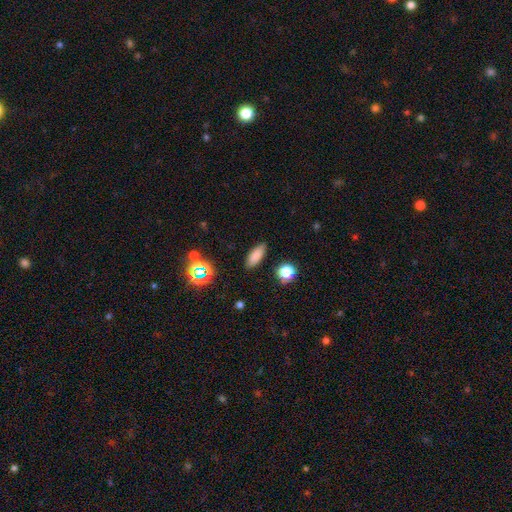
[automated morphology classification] type=smooth (82%); roundness=in between (69%); merging=none (88%).